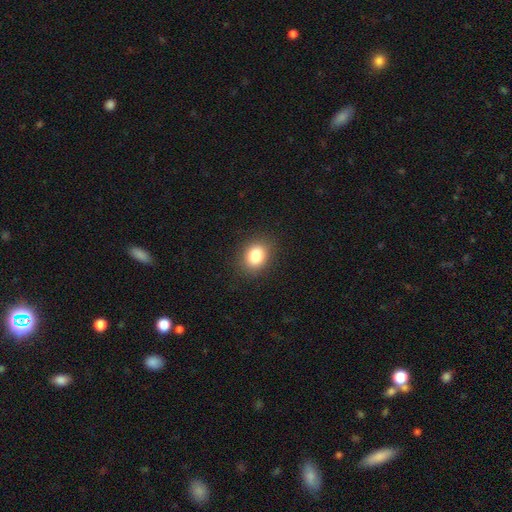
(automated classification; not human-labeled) Smooth or featured? smooth (84%)
How rounded? in between (51%)
Merging? none (88%)